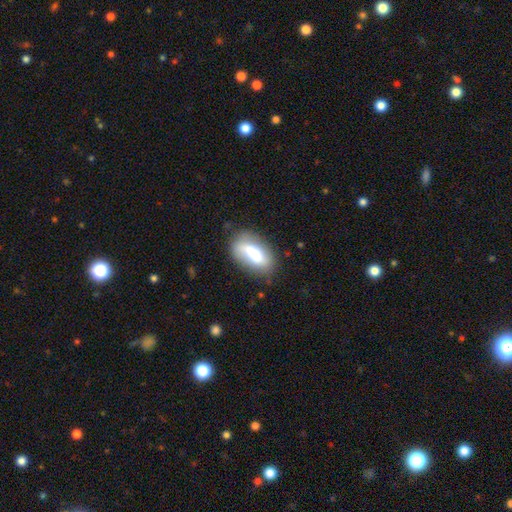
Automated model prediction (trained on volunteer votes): A smooth galaxy with no disk features (66%) that is in between round and cigar-shaped (82%). Merging: none (71%).